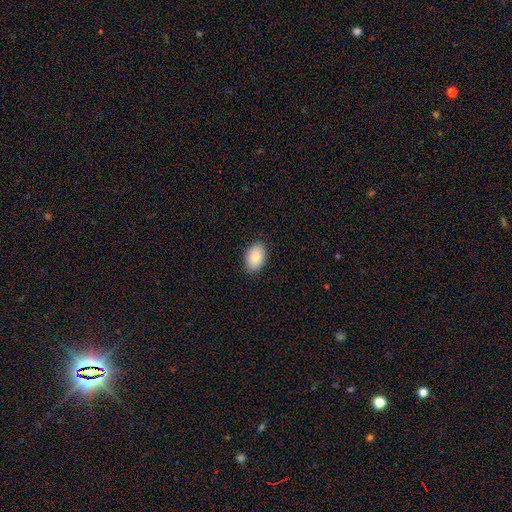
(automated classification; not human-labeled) smooth-or-featured: smooth: 87% | star or artifact: 7% | featured or disk: 6%
  how-rounded: in between: 88% | round: 11% | cigar-shaped: 1%
  merging: none: 88% | minor disturbance: 9% | major disturbance: 2% | merger: 1%